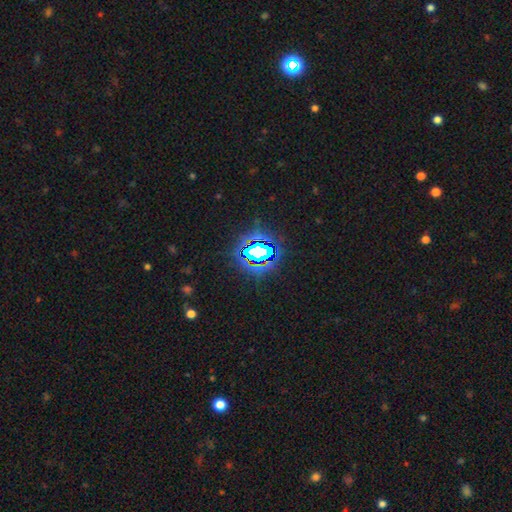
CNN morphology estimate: smooth-or-featured: star or artifact: 76% | smooth: 13% | featured or disk: 11%